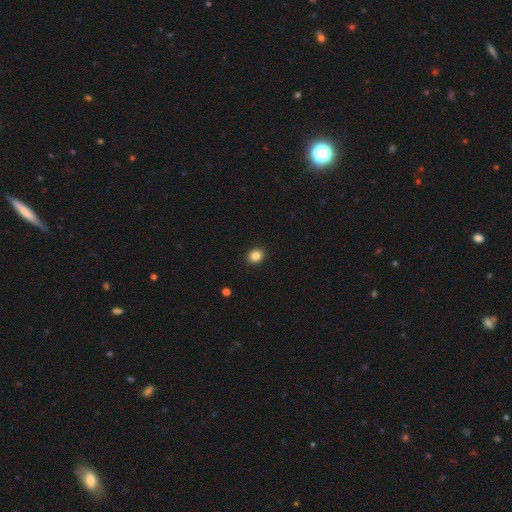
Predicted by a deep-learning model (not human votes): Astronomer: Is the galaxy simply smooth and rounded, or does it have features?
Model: smooth — 85%.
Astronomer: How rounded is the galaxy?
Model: round — 55% (runner-up: in between, 44%).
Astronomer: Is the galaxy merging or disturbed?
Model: none — 91%.